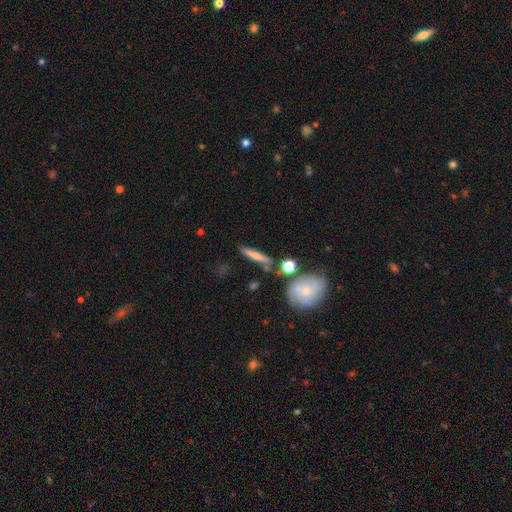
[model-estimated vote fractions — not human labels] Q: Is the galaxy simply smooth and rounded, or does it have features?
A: smooth — 56%.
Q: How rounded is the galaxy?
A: cigar-shaped — 85%.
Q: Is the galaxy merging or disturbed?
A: none — 73%.